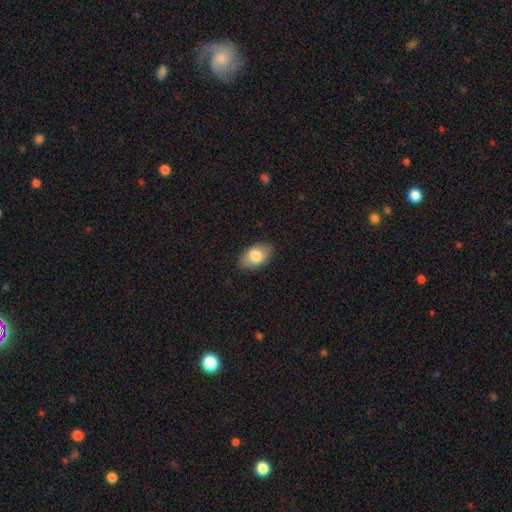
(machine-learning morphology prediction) Smooth or featured: smooth — 79% (featured or disk — 14%)
How rounded: in between — 90% (round — 9%)
Merging: none — 85% (minor disturbance — 11%)